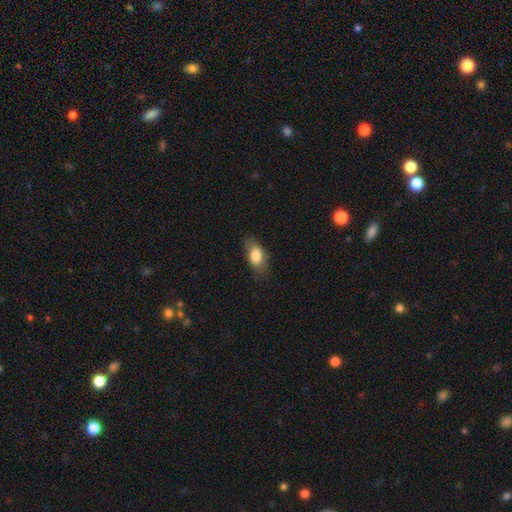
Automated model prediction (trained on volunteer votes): Smooth or featured: smooth — 78% (featured or disk — 15%)
How rounded: in between — 88% (cigar-shaped — 6%)
Merging: none — 74% (minor disturbance — 20%)